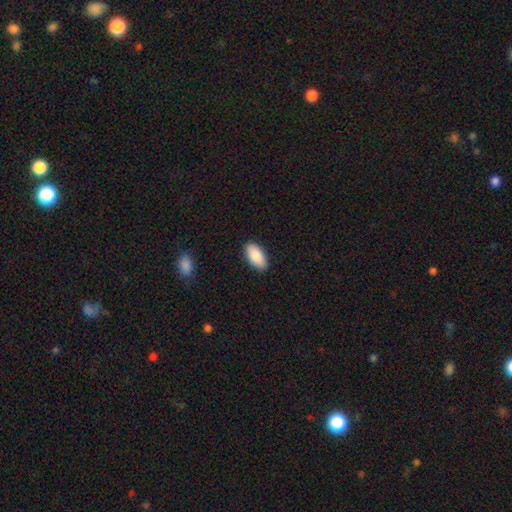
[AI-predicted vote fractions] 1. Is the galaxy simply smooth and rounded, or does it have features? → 89% smooth, 6% star or artifact, 5% featured or disk.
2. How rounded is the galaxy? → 94% in between, 4% cigar-shaped, 2% round.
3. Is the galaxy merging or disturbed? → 88% none, 9% minor disturbance, 2% major disturbance, 1% merger.